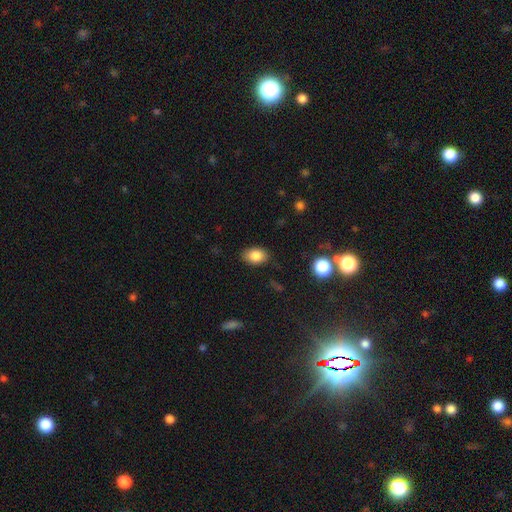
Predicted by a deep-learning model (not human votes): Smooth or featured? smooth (84%)
How rounded? in between (82%)
Merging? none (84%)